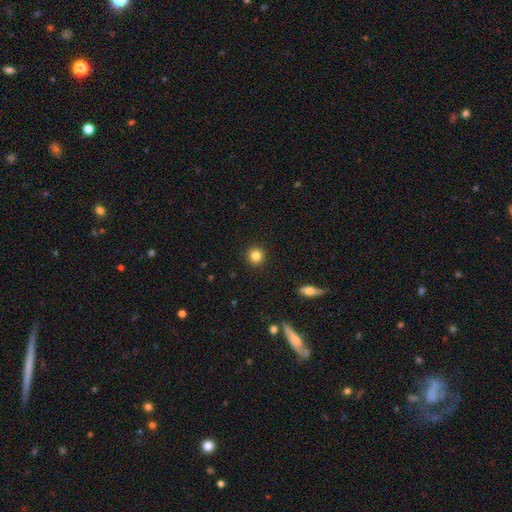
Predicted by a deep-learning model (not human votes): Q: Smooth or featured?
A: smooth (84%); runner-up: star or artifact (11%)
Q: How rounded?
A: round (95%); runner-up: in between (4%)
Q: Merging?
A: none (93%); runner-up: minor disturbance (4%)